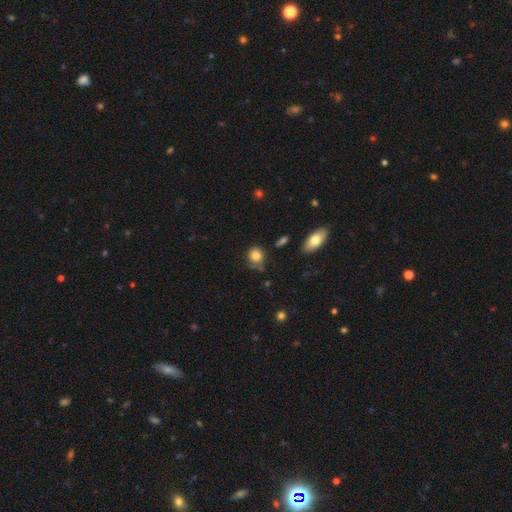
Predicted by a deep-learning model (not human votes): Q: Smooth or featured?
A: smooth (82%); runner-up: star or artifact (9%)
Q: How rounded?
A: round (76%); runner-up: in between (23%)
Q: Merging?
A: none (63%); runner-up: minor disturbance (24%)